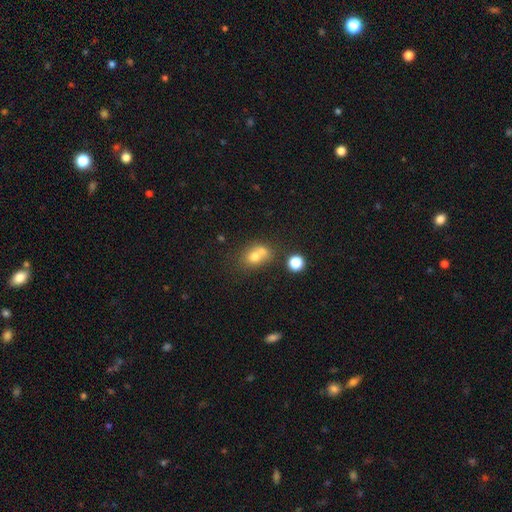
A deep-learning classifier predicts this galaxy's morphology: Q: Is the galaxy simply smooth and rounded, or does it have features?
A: smooth — 68%.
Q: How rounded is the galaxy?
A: round — 57%.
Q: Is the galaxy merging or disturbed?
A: merger — 56%.